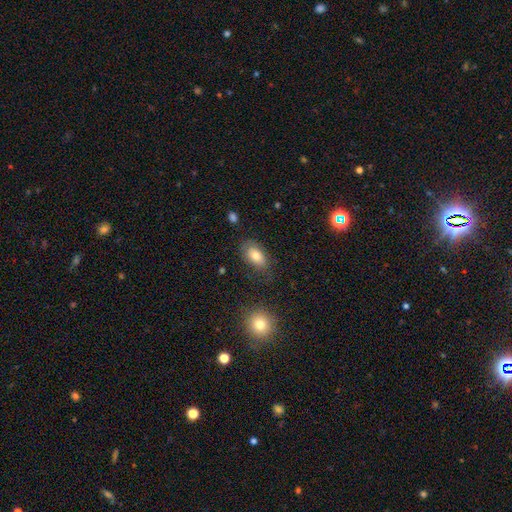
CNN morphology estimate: Smooth or featured?
  - smooth: 77% *
  - featured or disk: 15%
  - star or artifact: 8%
How rounded?
  - in between: 92% *
  - round: 6%
  - cigar-shaped: 2%
Merging?
  - none: 73% *
  - minor disturbance: 19%
  - major disturbance: 6%
  - merger: 2%